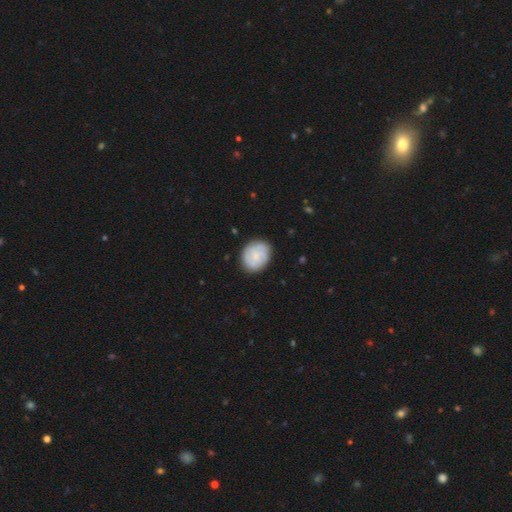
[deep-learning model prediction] Q: Smooth or featured?
A: smooth (53%); runner-up: featured or disk (40%)
Q: How rounded?
A: round (56%); runner-up: in between (43%)
Q: Merging?
A: none (82%); runner-up: minor disturbance (13%)